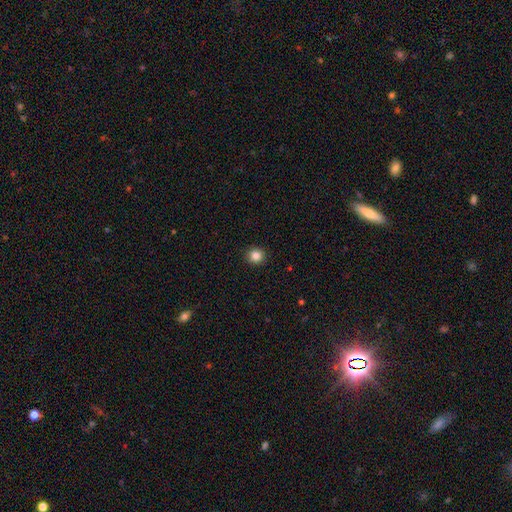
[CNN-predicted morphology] Overall: smooth (85%). How rounded: round (91%). Merging: none (92%).